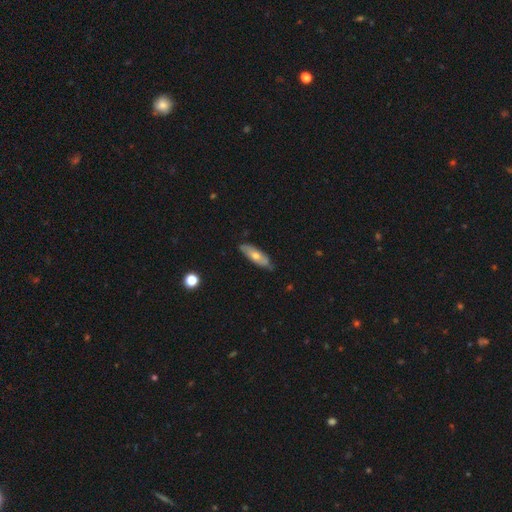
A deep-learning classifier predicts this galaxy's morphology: Q: Smooth or featured?
A: smooth (51%); runner-up: featured or disk (43%)
Q: How rounded?
A: in between (52%); runner-up: cigar-shaped (45%)
Q: Merging?
A: none (80%); runner-up: minor disturbance (16%)